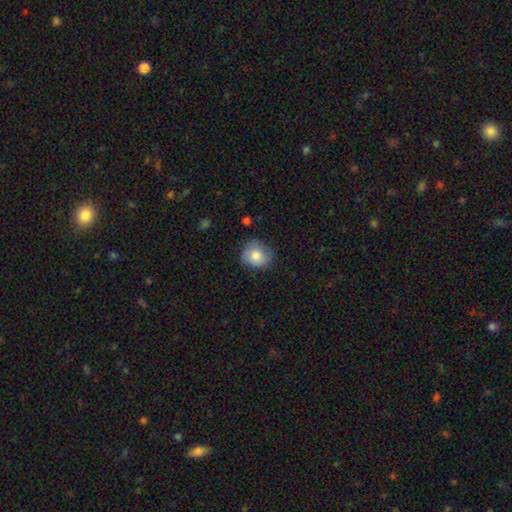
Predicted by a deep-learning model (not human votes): Q: Smooth or featured?
A: smooth (74%); runner-up: featured or disk (19%)
Q: How rounded?
A: round (74%); runner-up: in between (26%)
Q: Merging?
A: none (69%); runner-up: minor disturbance (24%)